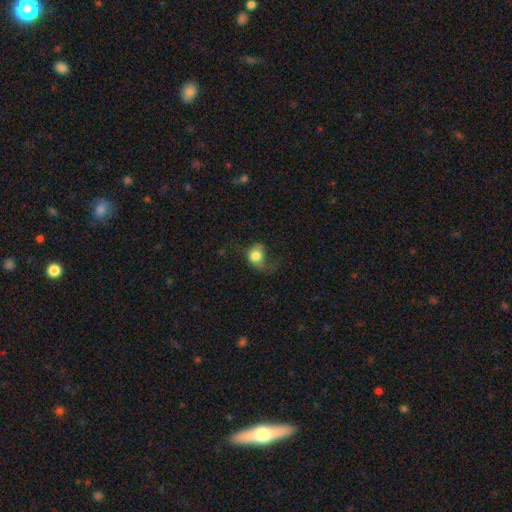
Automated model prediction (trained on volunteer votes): smooth 74%, featured or disk 17%, star or artifact 9%. Down the decision tree: how rounded — round (60%); merging — major disturbance (46%).